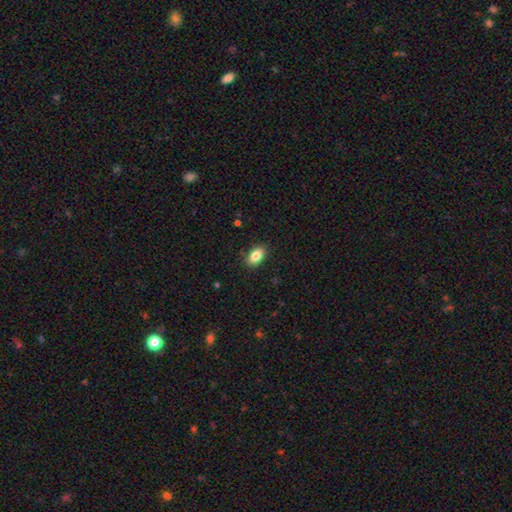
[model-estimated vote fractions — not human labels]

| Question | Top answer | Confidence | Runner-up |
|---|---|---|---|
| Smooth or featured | smooth | 85% | star or artifact (8%) |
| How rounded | in between | 91% | round (6%) |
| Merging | none | 88% | minor disturbance (9%) |